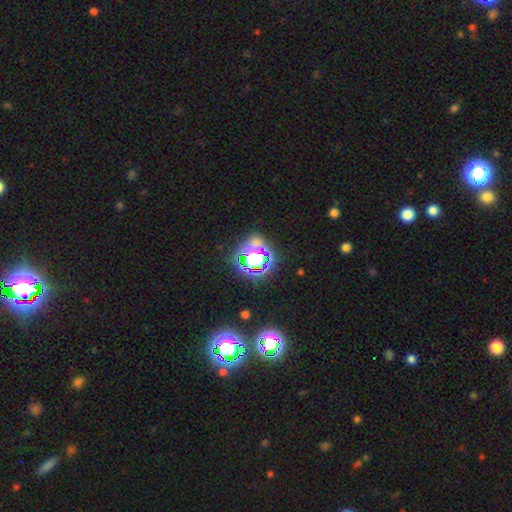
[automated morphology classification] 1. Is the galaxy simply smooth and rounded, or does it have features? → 70% star or artifact, 20% smooth, 11% featured or disk.